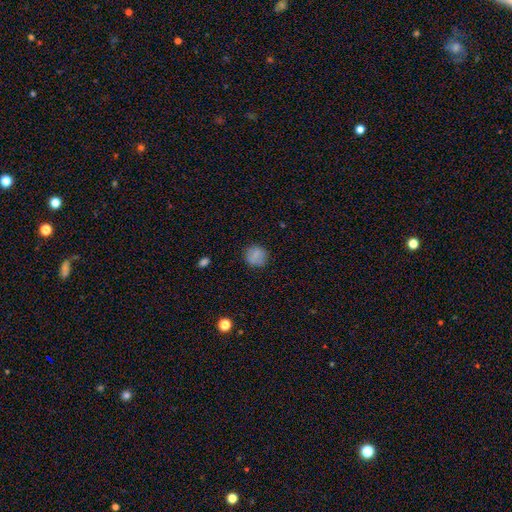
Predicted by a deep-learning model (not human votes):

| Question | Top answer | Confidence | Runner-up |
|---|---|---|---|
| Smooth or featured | smooth | 77% | featured or disk (13%) |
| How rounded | round | 89% | in between (10%) |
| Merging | none | 85% | minor disturbance (10%) |